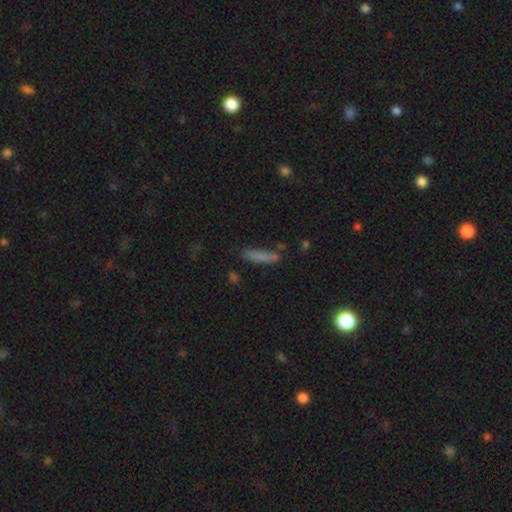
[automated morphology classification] Smooth or featured? smooth (77%)
How rounded? cigar-shaped (84%)
Merging? none (77%)